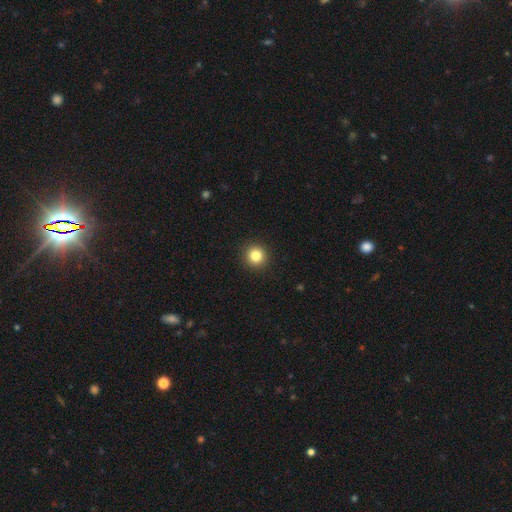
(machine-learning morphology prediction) The model was most divided on "smooth or featured": smooth: 83%, star or artifact: 12%, featured or disk: 6%. More confident: how rounded — round (94%); merging — none (93%).